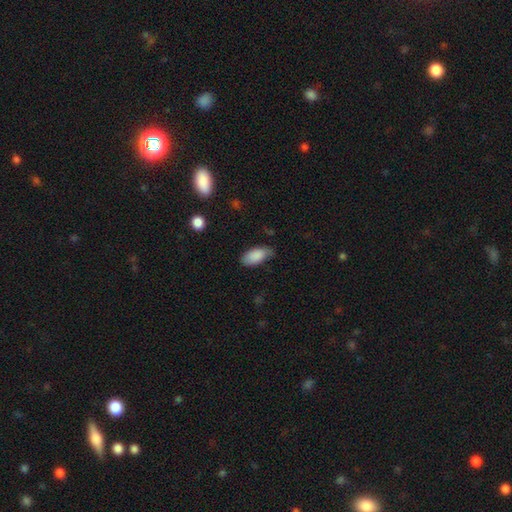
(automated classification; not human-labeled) This appears to be a smooth galaxy with no disk features (88%) that is in between round and cigar-shaped (93%). Merging: none (66%).